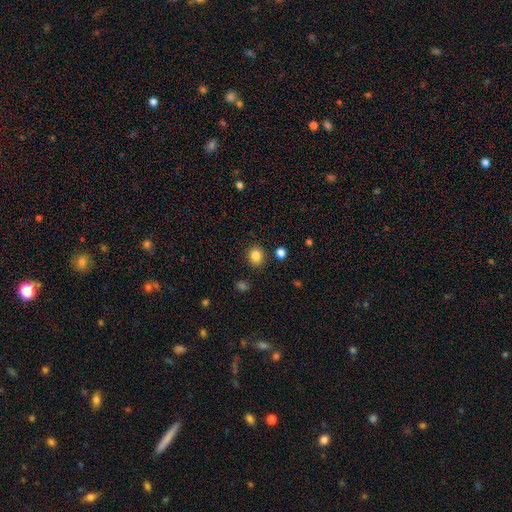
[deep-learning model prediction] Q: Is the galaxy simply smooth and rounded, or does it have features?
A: smooth — 84%.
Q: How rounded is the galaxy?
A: round — 72%.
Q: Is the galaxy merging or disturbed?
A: none — 88%.